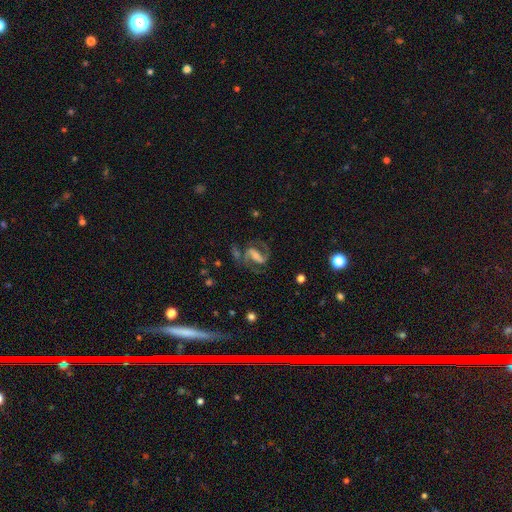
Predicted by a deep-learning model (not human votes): Smooth or featured? Predicted: featured or disk (p=0.84). Edge-on disk? Predicted: no (p=0.96). Bar? Predicted: strong (p=0.50). Spiral arms? Predicted: yes (p=0.95). Spiral winding? Predicted: medium (p=0.59). Spiral arm count? Predicted: 2 (p=0.90). Bulge size? Predicted: small (p=0.47). Merging? Predicted: none (p=0.66).